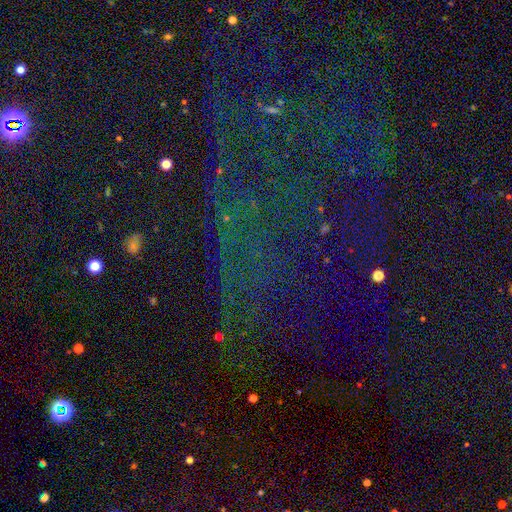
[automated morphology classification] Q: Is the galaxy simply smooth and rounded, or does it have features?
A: star or artifact — 78%.